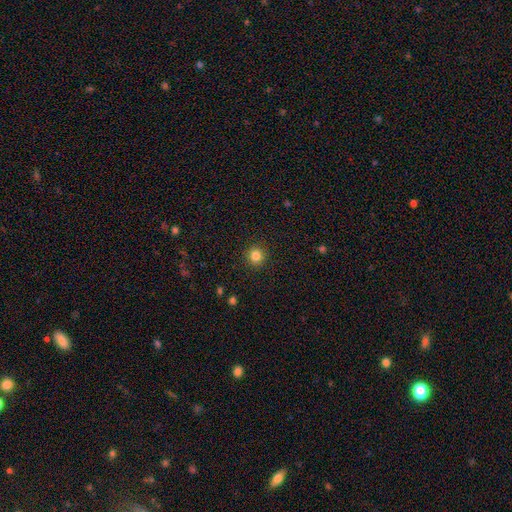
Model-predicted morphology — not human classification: Smooth or featured? Predicted: smooth (p=0.83). How rounded? Predicted: round (p=0.93). Merging? Predicted: none (p=0.92).